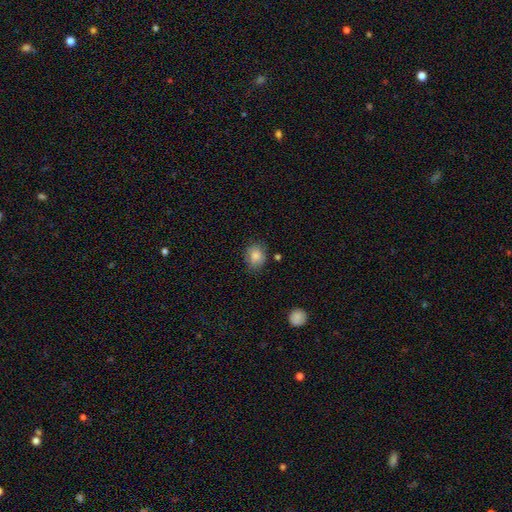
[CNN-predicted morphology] Q: Smooth or featured?
A: smooth (84%); runner-up: star or artifact (9%)
Q: How rounded?
A: round (62%); runner-up: in between (37%)
Q: Merging?
A: none (75%); runner-up: minor disturbance (18%)